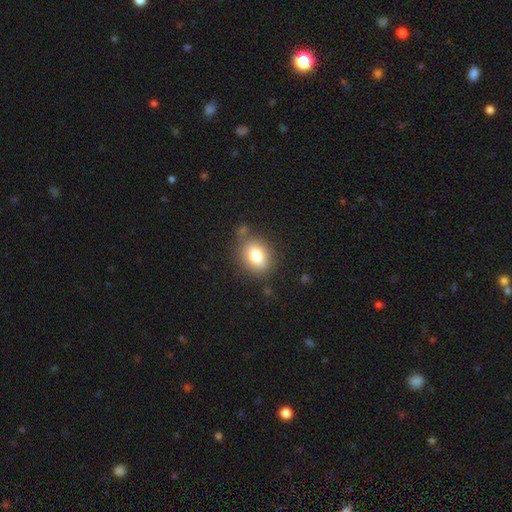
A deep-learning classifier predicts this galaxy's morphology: The model was most divided on "how rounded": in between: 66%, round: 32%, cigar-shaped: 1%. More confident: smooth or featured — smooth (82%); merging — none (72%).